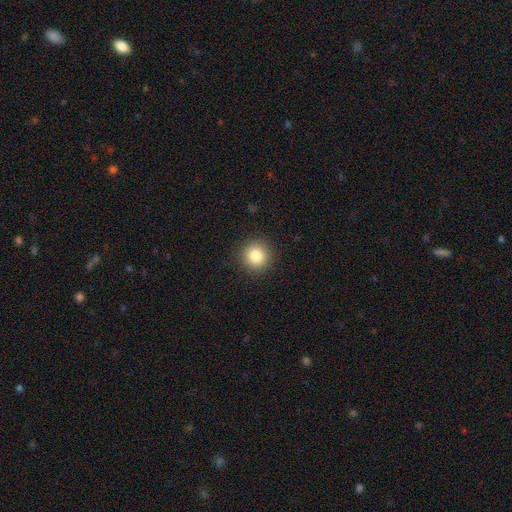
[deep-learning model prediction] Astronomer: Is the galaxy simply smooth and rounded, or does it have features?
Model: smooth — 84%.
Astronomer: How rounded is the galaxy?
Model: round — 94%.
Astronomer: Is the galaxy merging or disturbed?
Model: none — 91%.